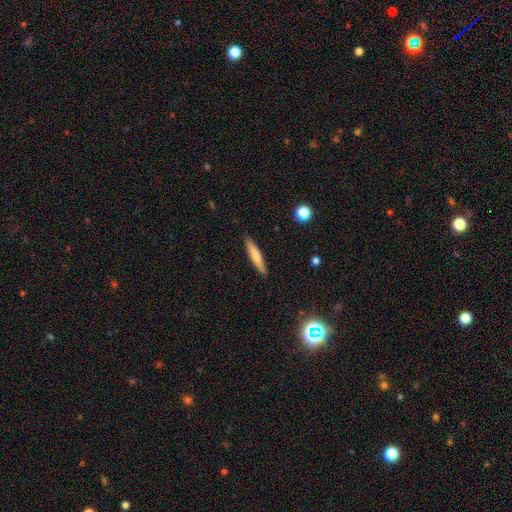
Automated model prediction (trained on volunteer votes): A smooth galaxy with no disk features (72%) that is cigar-shaped (89%). Merging: none (90%).